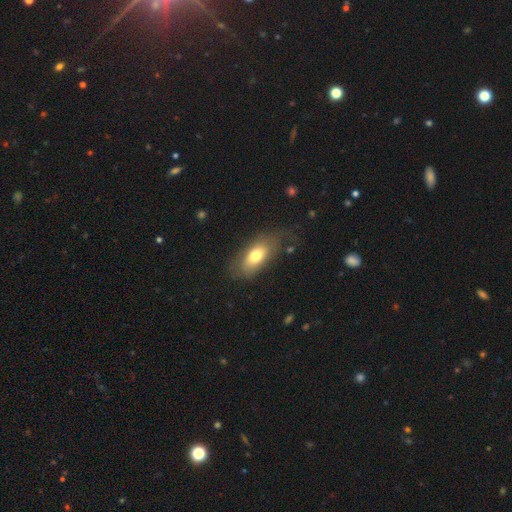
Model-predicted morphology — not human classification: Q: Smooth or featured?
A: smooth (72%); runner-up: featured or disk (21%)
Q: How rounded?
A: in between (86%); runner-up: cigar-shaped (9%)
Q: Merging?
A: none (64%); runner-up: minor disturbance (22%)